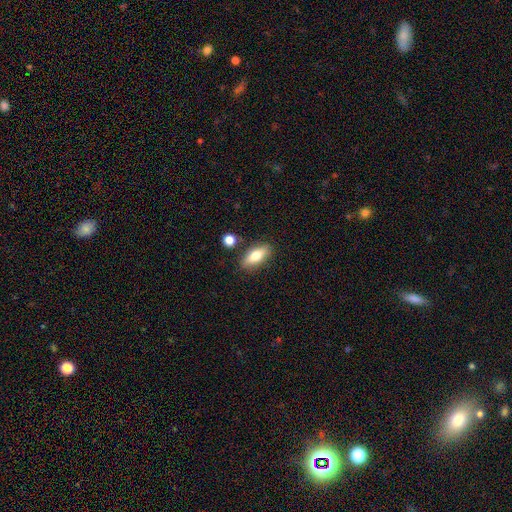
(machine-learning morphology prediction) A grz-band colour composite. It shows a smooth galaxy with no disk features (73%) that is in between round and cigar-shaped (74%). Merging: none (81%).